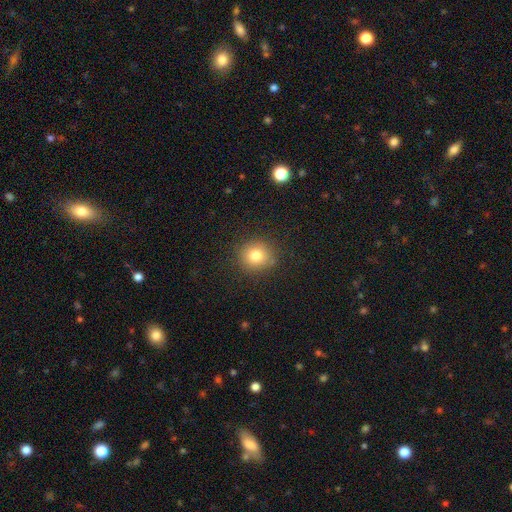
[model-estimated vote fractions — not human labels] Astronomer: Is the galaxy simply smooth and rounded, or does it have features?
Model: smooth — 79%.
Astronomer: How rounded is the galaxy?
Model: round — 87%.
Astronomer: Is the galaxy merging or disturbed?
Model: none — 86%.